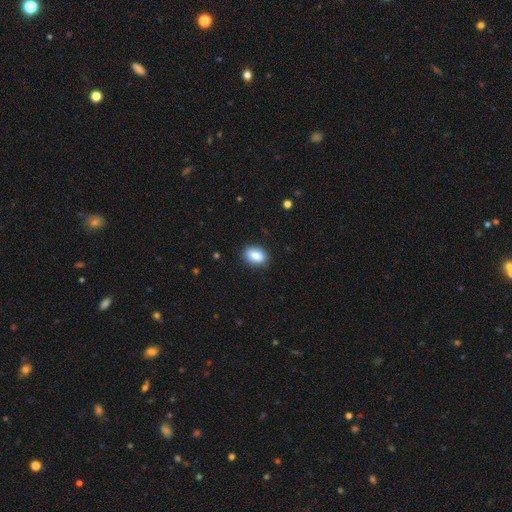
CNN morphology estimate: Overall: smooth (87%). How rounded: in between (85%). Merging: none (84%).